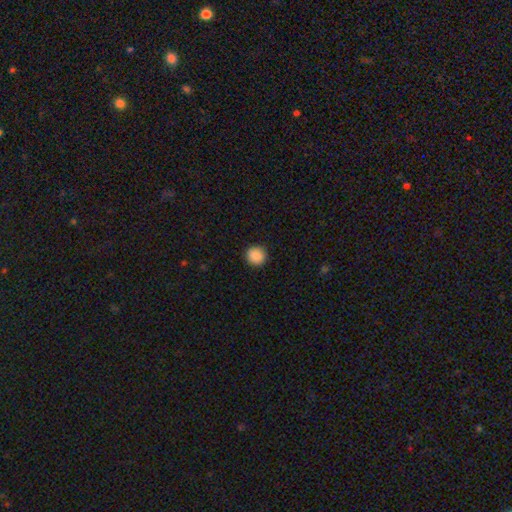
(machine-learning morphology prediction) This is clearly a smooth galaxy (89%). How rounded: clearly round (92%). Merging: clearly none (91%).